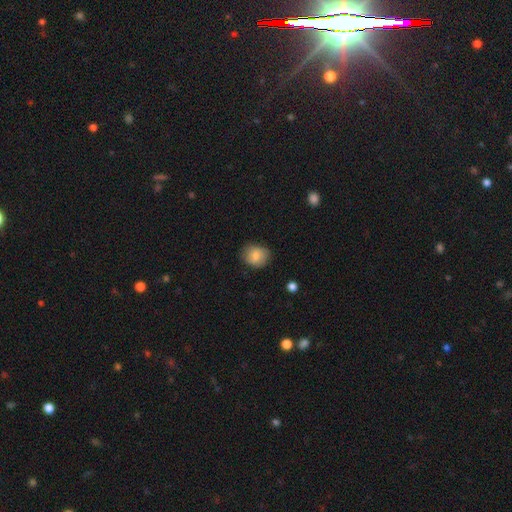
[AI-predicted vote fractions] This is clearly a smooth galaxy (82%). How rounded: likely round (66%). Merging: likely none (79%).